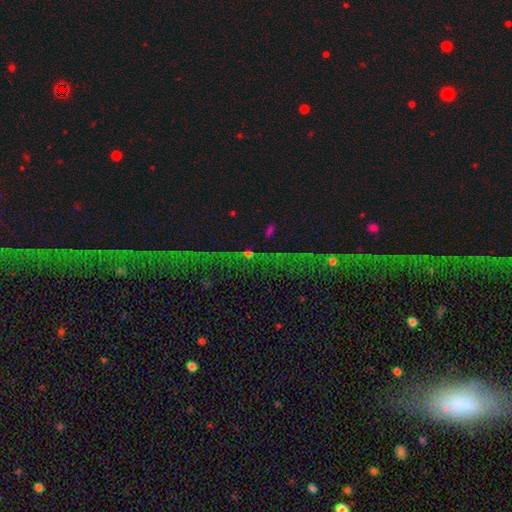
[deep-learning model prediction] A star or artifact, not a galaxy (79%).